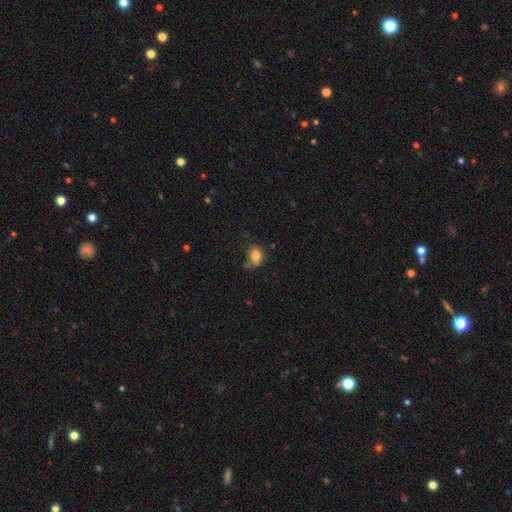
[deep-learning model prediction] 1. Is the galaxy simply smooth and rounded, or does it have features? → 82% smooth, 11% star or artifact, 8% featured or disk.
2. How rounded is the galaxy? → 58% in between, 41% round, 1% cigar-shaped.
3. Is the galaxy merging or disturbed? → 57% none, 26% minor disturbance, 10% merger, 7% major disturbance.